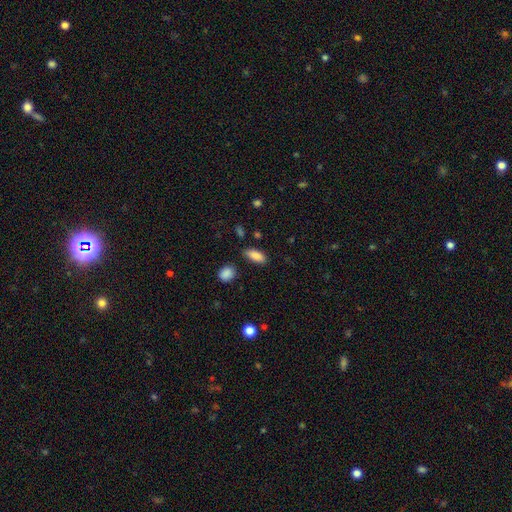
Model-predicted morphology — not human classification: smooth-or-featured: smooth: 87% | star or artifact: 7% | featured or disk: 5%
  how-rounded: in between: 85% | cigar-shaped: 13% | round: 3%
  merging: none: 81% | minor disturbance: 13% | major disturbance: 3% | merger: 3%